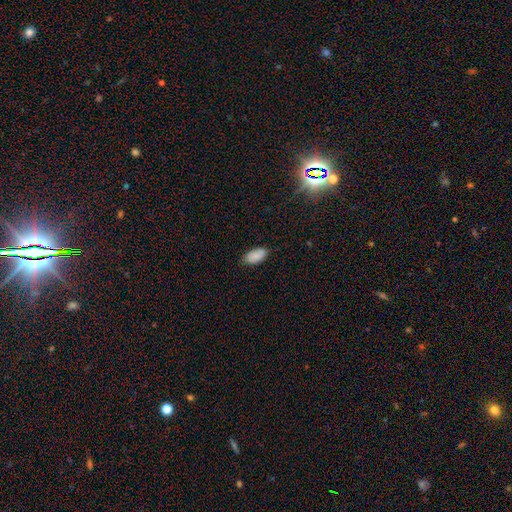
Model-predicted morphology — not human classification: smooth-or-featured: smooth: 88% | star or artifact: 7% | featured or disk: 5%
  how-rounded: in between: 94% | cigar-shaped: 3% | round: 3%
  merging: none: 81% | minor disturbance: 15% | major disturbance: 3% | merger: 1%